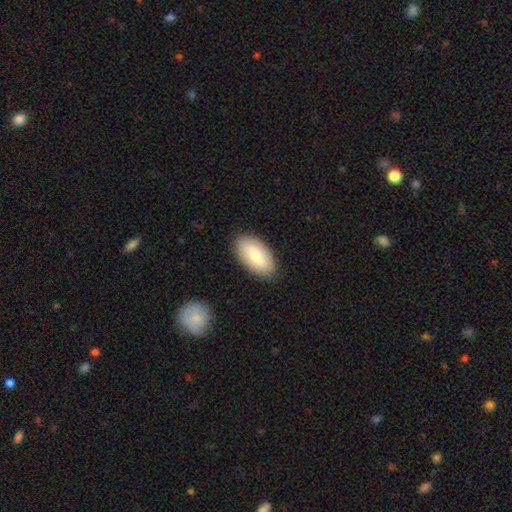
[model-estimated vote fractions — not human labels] Smooth or featured? smooth (75%)
How rounded? in between (94%)
Merging? none (87%)